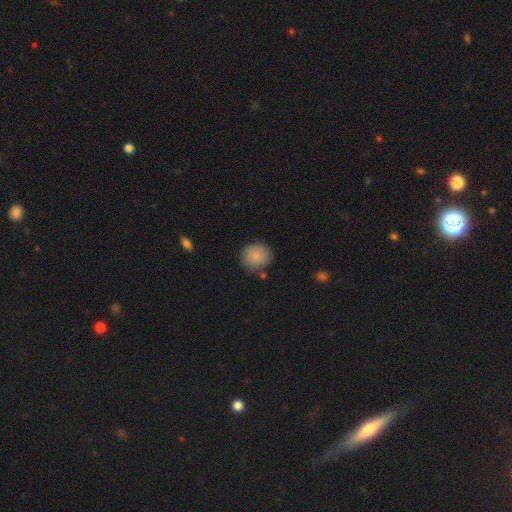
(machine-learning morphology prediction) type=smooth (86%); roundness=round (81%); merging=none (82%).